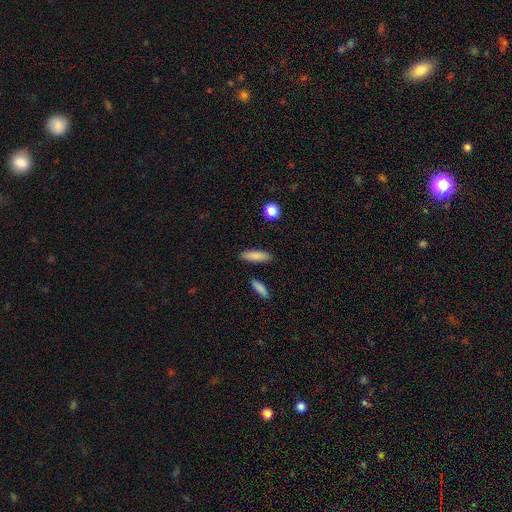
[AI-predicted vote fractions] A smooth galaxy with no disk features (86%) that is in between round and cigar-shaped (51%). Merging: none (86%).